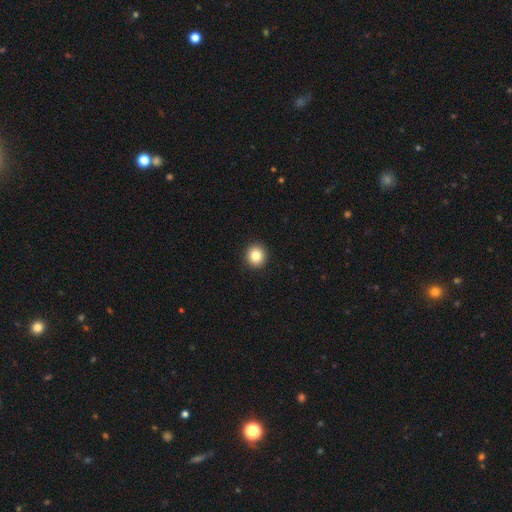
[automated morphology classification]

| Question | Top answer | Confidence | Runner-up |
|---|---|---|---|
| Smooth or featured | smooth | 83% | star or artifact (10%) |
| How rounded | round | 92% | in between (7%) |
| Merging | none | 93% | minor disturbance (4%) |